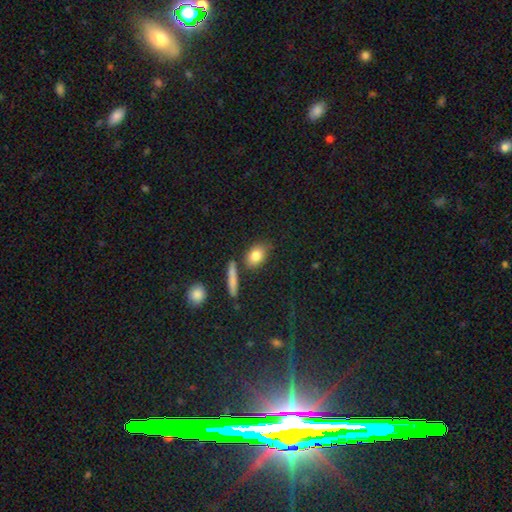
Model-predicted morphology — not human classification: This appears to be a smooth galaxy with no disk features (82%) that is in between round and cigar-shaped (71%). Merging: none (73%).